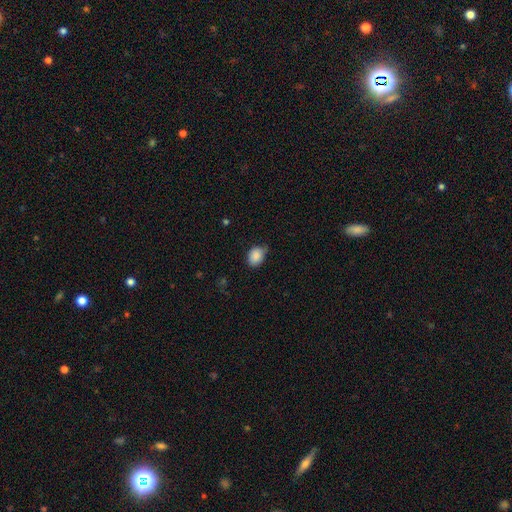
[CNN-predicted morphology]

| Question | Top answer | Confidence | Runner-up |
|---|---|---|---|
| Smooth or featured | smooth | 87% | star or artifact (8%) |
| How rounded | in between | 62% | round (37%) |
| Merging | none | 56% | minor disturbance (36%) |